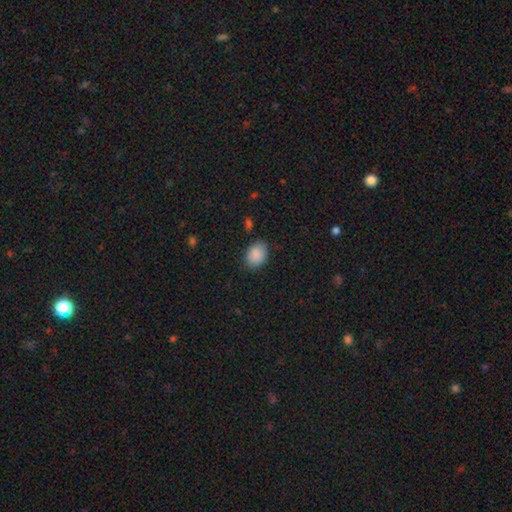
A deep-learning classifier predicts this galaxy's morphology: This appears to be a smooth galaxy with no disk features (88%) that is in between round and cigar-shaped (64%). Merging: none (80%).